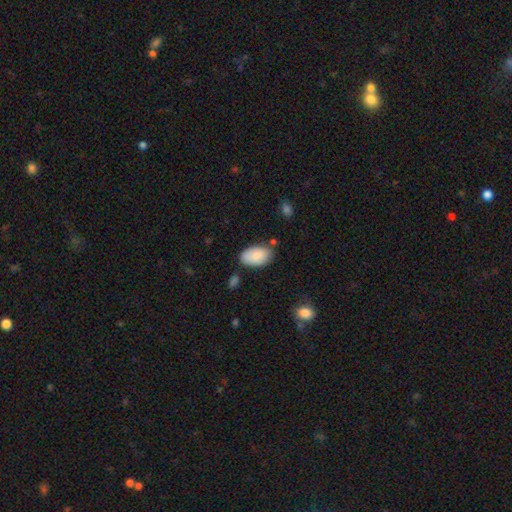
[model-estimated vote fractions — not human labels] The model was most divided on "merging": none: 73%, minor disturbance: 18%, merger: 5%, major disturbance: 4%. More confident: how rounded — in between (95%); smooth or featured — smooth (86%).